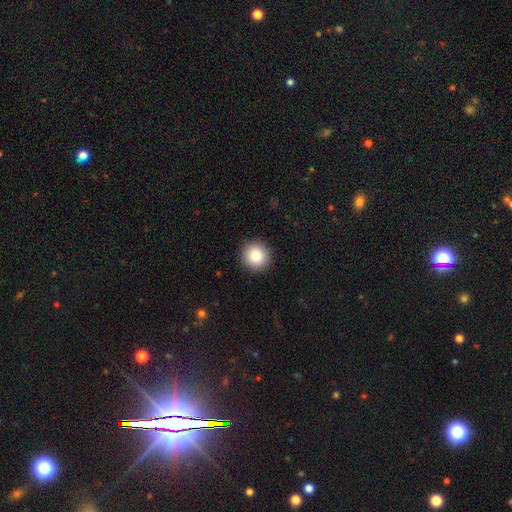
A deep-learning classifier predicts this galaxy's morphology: A smooth galaxy with no disk features (83%) that is round (95%). Merging: none (92%).